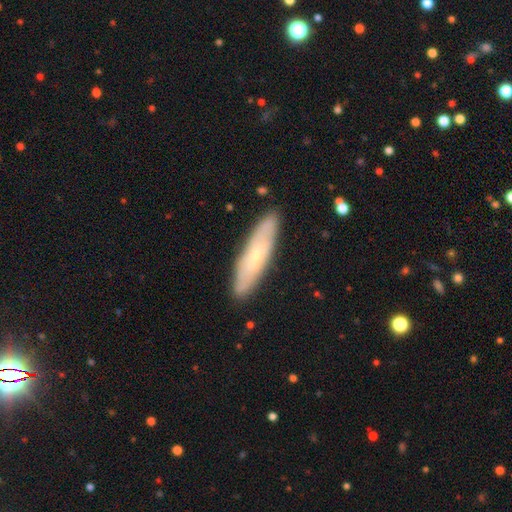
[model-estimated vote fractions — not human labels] A smooth galaxy with no disk features (49%).

Vote fractions:
- Smooth or featured? smooth: 49% / featured or disk: 44% / star or artifact: 7%
- Merging? none: 87% / minor disturbance: 10% / major disturbance: 2% / merger: 1%